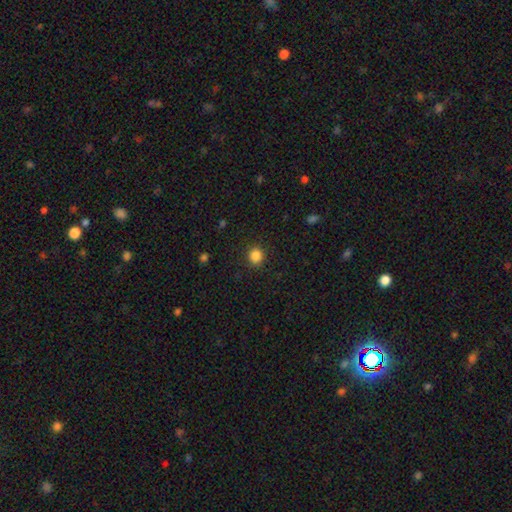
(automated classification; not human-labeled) Smooth or featured?
  - smooth: 86% *
  - star or artifact: 11%
  - featured or disk: 3%
How rounded?
  - round: 83% *
  - in between: 16%
  - cigar-shaped: 1%
Merging?
  - none: 90% *
  - minor disturbance: 7%
  - major disturbance: 2%
  - merger: 1%